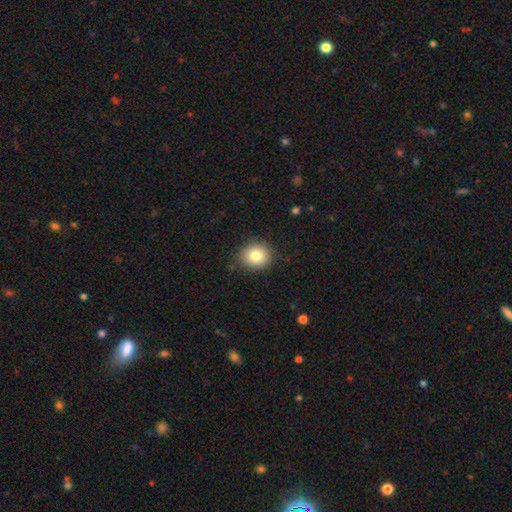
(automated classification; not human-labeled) Smooth or featured? Predicted: smooth (p=0.82). How rounded? Predicted: round (p=0.75). Merging? Predicted: none (p=0.88).